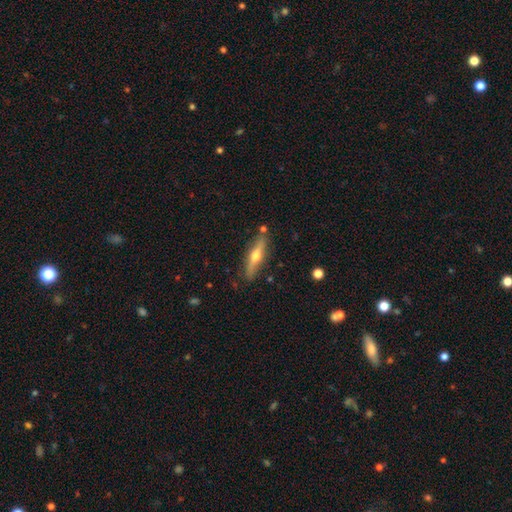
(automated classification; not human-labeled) This is likely a featured or disk galaxy (60%). It is clearly viewed edge-on (93%). Edge-on bulge: clearly rounded (94%). Merging: clearly none (83%).